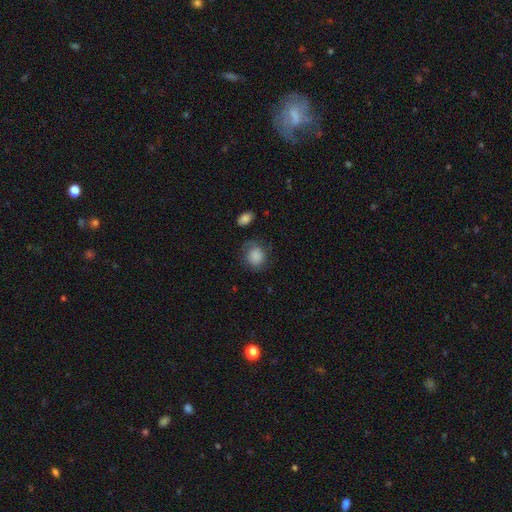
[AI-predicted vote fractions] Overall: smooth (80%). How rounded: round (75%). Merging: none (62%; minor disturbance 24%).